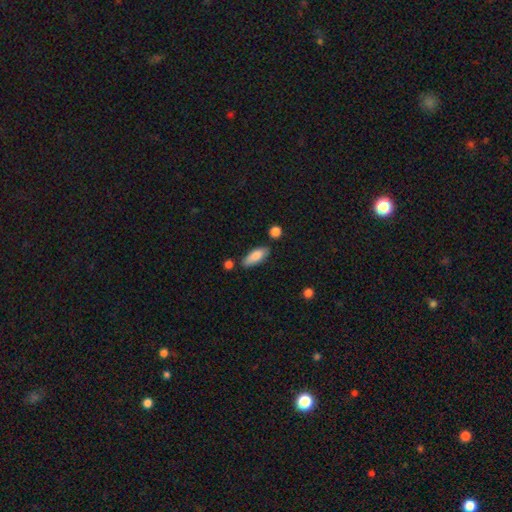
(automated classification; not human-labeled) Q: Smooth or featured?
A: smooth (81%); runner-up: featured or disk (13%)
Q: How rounded?
A: in between (70%); runner-up: cigar-shaped (28%)
Q: Merging?
A: none (75%); runner-up: minor disturbance (16%)